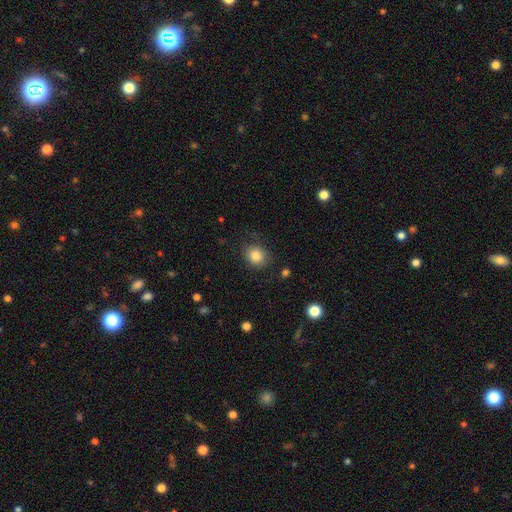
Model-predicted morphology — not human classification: Smooth or featured: smooth — 84% (star or artifact — 9%)
How rounded: round — 70% (in between — 29%)
Merging: none — 79% (minor disturbance — 15%)